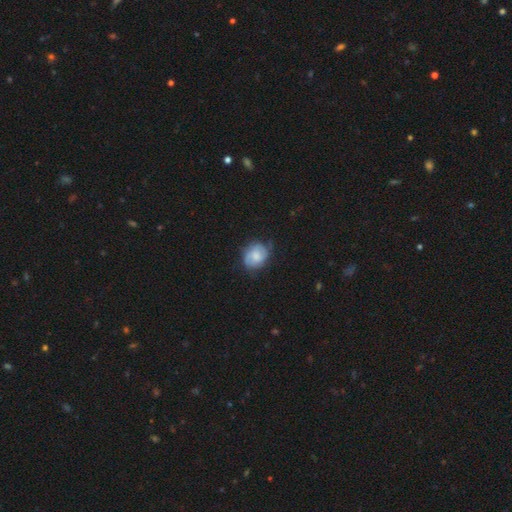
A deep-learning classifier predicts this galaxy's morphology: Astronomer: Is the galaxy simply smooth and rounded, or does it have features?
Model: smooth — 55% (runner-up: featured or disk, 37%).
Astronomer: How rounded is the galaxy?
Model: round — 59% (runner-up: in between, 40%).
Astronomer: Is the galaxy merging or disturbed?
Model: none — 64%.